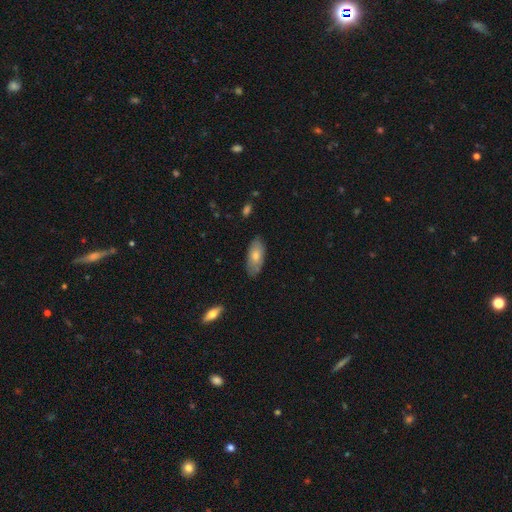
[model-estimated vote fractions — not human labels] The model was most divided on "smooth or featured": smooth: 71%, featured or disk: 23%, star or artifact: 6%. More confident: how rounded — in between (89%); merging — none (78%).